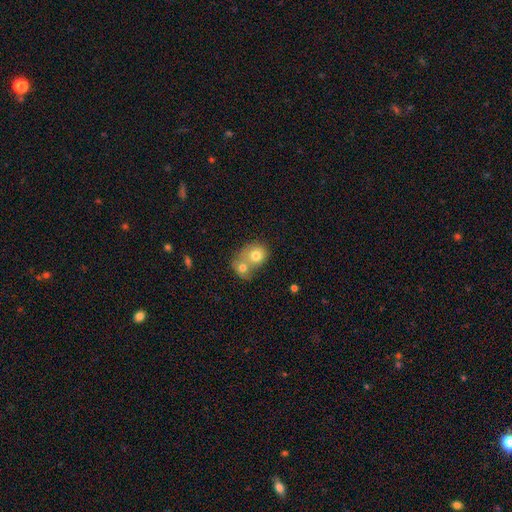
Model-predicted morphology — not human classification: smooth 74%, featured or disk 18%, star or artifact 9%. Down the decision tree: how rounded — round (67%); merging — merger (70%).